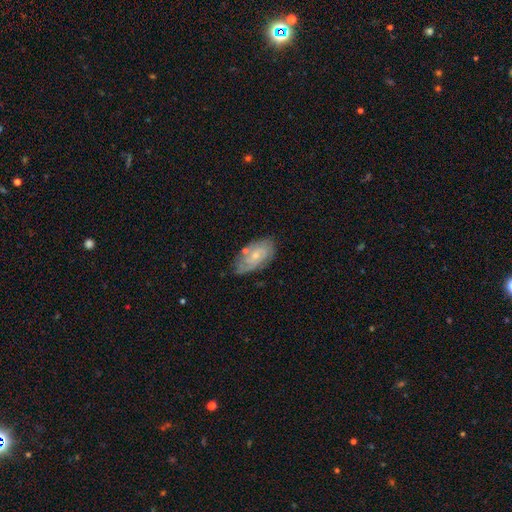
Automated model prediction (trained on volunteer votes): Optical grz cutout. It shows a featured or disk galaxy (57%) with no bar (70%), spiral arms (77%) and a small central bulge (66%). Merging: none (64%).